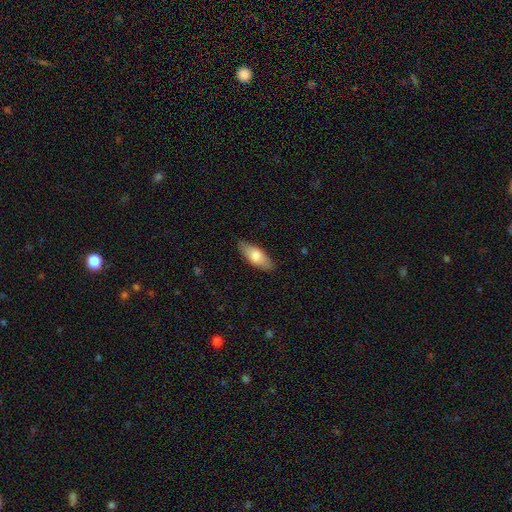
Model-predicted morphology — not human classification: This appears to be a smooth galaxy with no disk features (74%) that is in between round and cigar-shaped (78%). Merging: none (85%).